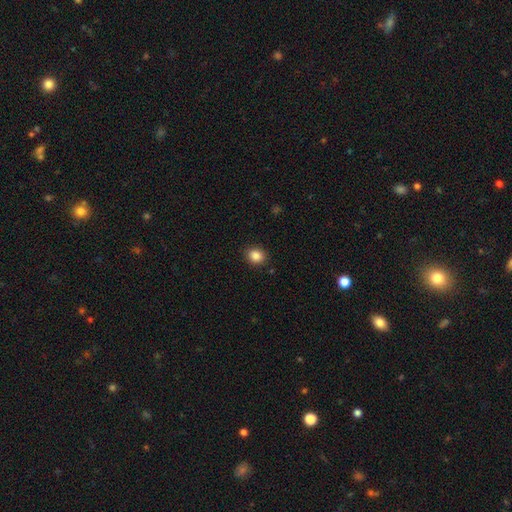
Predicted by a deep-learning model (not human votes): smooth-or-featured: smooth: 86% | star or artifact: 10% | featured or disk: 4%
  how-rounded: round: 65% | in between: 34% | cigar-shaped: 1%
  merging: none: 89% | minor disturbance: 7% | major disturbance: 2% | merger: 1%